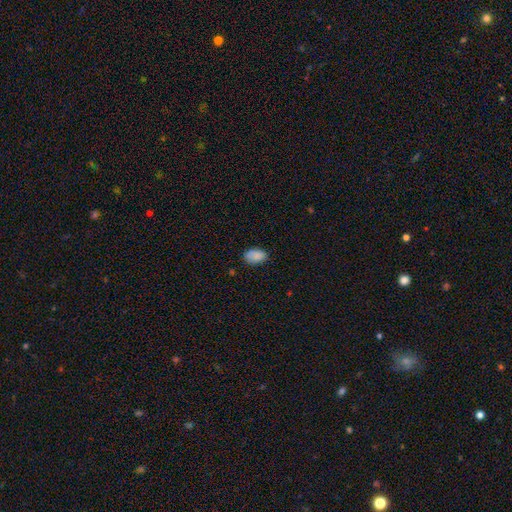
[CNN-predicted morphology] smooth_or_featured: smooth (p=0.86) [alt: star or artifact p=0.09]
how_rounded: in between (p=0.90) [alt: round p=0.09]
merging: none (p=0.73) [alt: minor disturbance p=0.21]